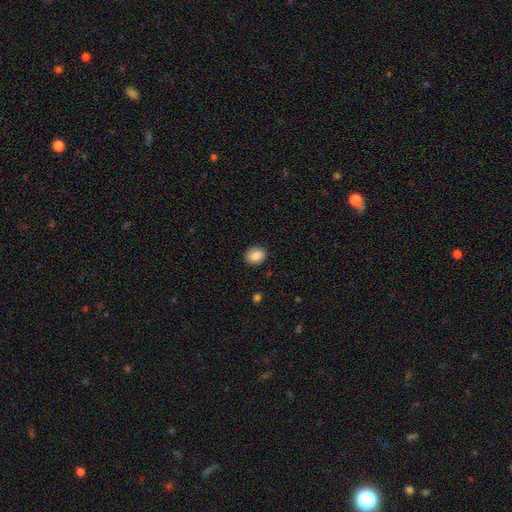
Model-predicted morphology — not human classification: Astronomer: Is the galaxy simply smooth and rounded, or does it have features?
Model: smooth — 85%.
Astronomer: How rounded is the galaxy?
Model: round — 52% (runner-up: in between, 47%).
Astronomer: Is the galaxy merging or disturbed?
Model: none — 88%.